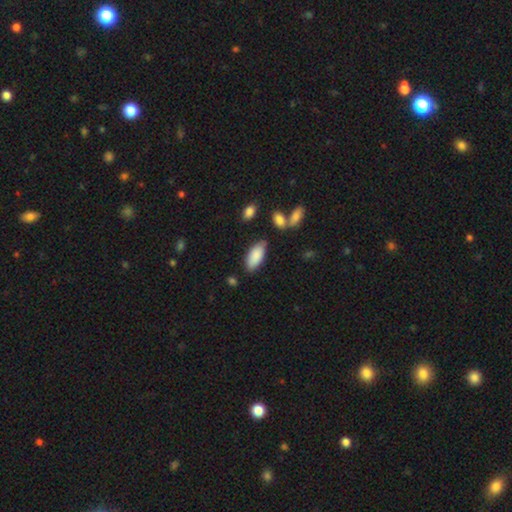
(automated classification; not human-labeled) smooth_or_featured: smooth (p=0.88) [alt: featured or disk p=0.06]
how_rounded: in between (p=0.88) [alt: cigar-shaped p=0.11]
merging: none (p=0.77) [alt: minor disturbance p=0.15]